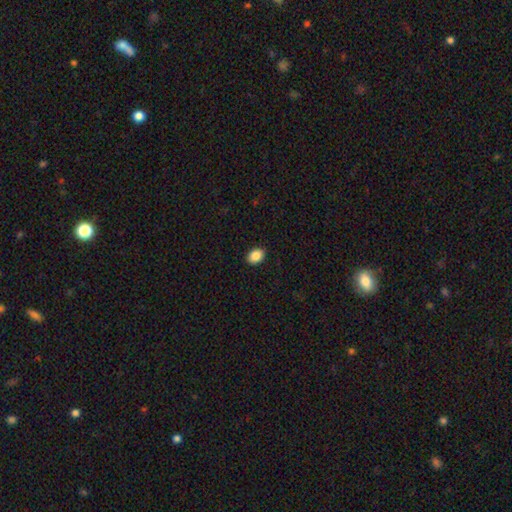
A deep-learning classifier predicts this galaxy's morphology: Smooth or featured: smooth — 88% (star or artifact — 8%)
How rounded: in between — 73% (round — 26%)
Merging: none — 91% (minor disturbance — 7%)